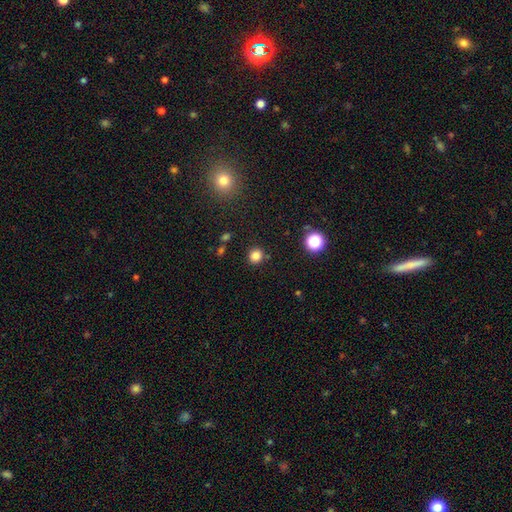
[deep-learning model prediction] Smooth or featured?
  - smooth: 82% *
  - star or artifact: 14%
  - featured or disk: 4%
How rounded?
  - round: 87% *
  - in between: 12%
  - cigar-shaped: 1%
Merging?
  - none: 87% *
  - minor disturbance: 7%
  - merger: 3%
  - major disturbance: 2%